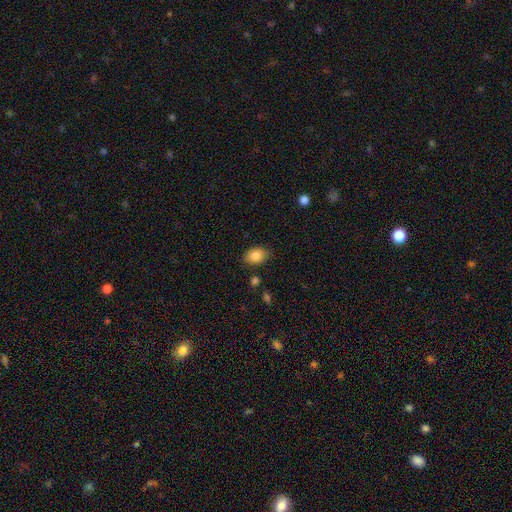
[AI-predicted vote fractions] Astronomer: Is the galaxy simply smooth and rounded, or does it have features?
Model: smooth — 86%.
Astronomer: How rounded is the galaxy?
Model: in between — 74%.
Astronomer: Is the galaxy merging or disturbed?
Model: none — 81%.